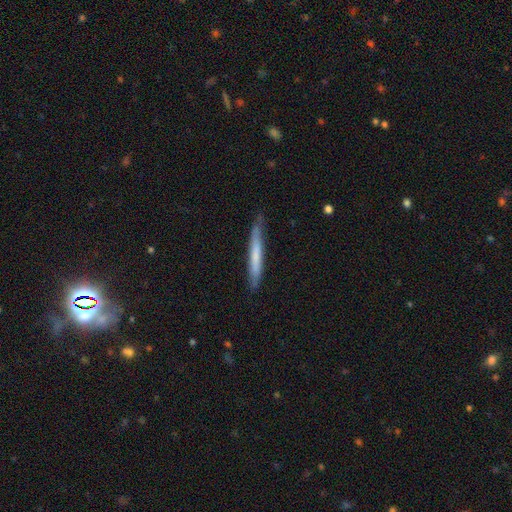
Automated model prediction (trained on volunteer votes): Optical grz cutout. It shows a smooth galaxy with no disk features (60%) that is cigar-shaped (96%). Merging: none (79%).